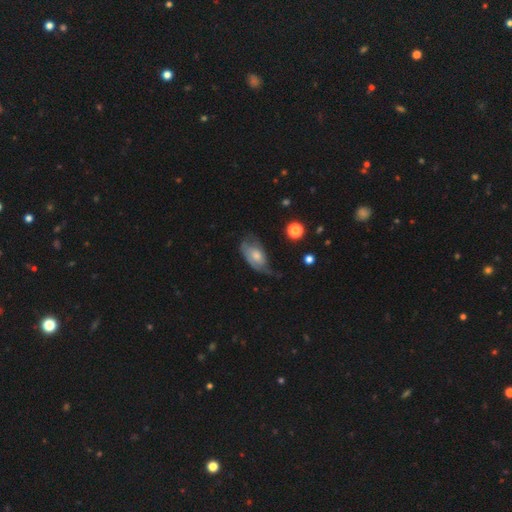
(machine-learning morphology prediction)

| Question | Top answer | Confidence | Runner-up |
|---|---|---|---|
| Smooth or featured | featured or disk | 51% | smooth (42%) |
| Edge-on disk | no | 91% | yes (9%) |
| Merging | none | 36% | minor disturbance (35%) |